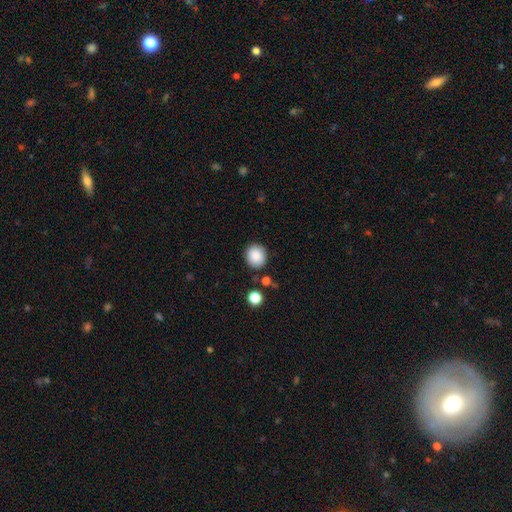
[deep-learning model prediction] Smooth or featured: smooth — 87% (star or artifact — 8%)
How rounded: round — 81% (in between — 18%)
Merging: none — 85% (minor disturbance — 9%)